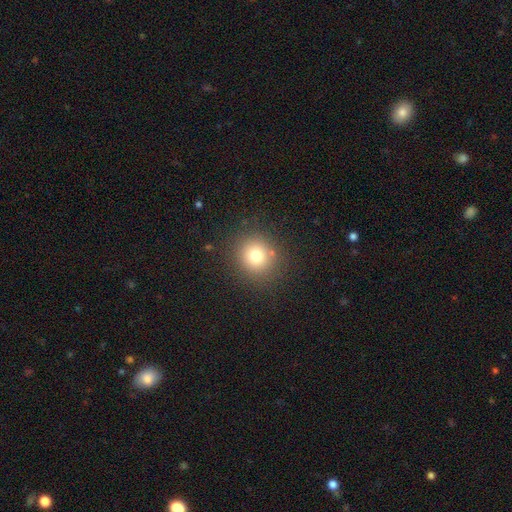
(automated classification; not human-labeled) Smooth or featured? smooth (75%)
How rounded? round (88%)
Merging? none (85%)